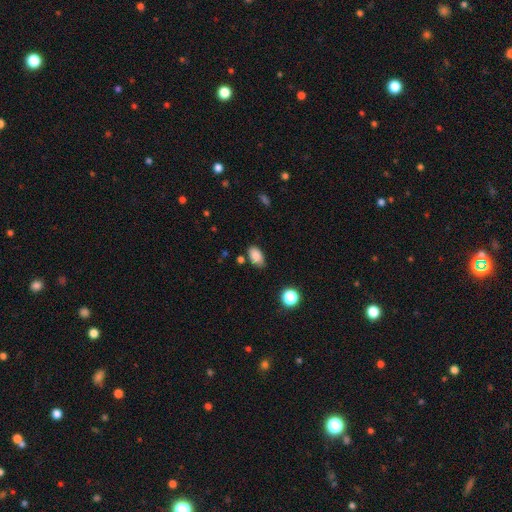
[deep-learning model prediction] smooth-or-featured: smooth: 86% | star or artifact: 9% | featured or disk: 5%
  how-rounded: in between: 92% | round: 6% | cigar-shaped: 2%
  merging: none: 77% | minor disturbance: 16% | merger: 3% | major disturbance: 3%